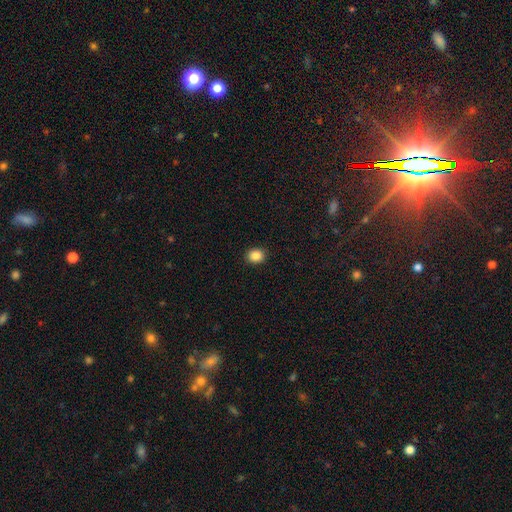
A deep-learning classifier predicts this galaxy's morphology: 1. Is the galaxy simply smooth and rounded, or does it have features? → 88% smooth, 9% star or artifact, 3% featured or disk.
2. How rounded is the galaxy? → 59% round, 41% in between, 1% cigar-shaped.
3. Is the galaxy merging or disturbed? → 91% none, 6% minor disturbance, 2% major disturbance, 1% merger.